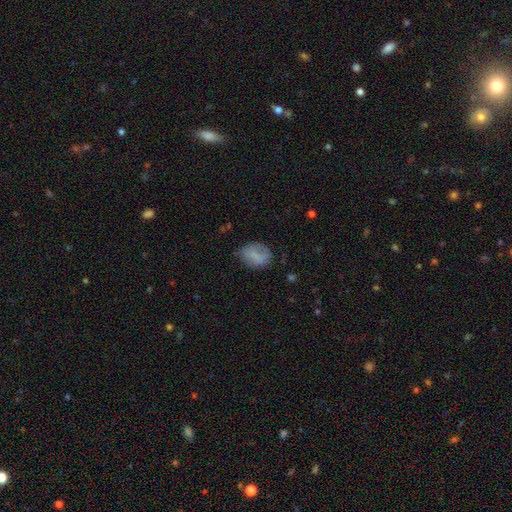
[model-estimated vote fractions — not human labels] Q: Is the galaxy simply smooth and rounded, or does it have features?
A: smooth — 71%.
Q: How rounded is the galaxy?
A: in between — 63%.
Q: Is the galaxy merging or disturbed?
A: none — 63%.